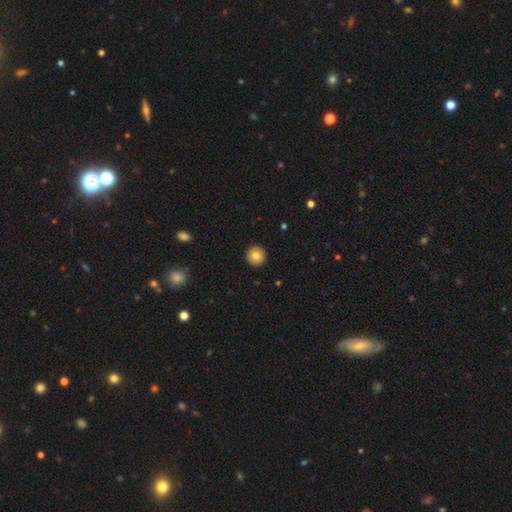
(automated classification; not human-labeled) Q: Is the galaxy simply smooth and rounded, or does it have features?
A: smooth — 81%.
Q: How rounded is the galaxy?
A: round — 95%.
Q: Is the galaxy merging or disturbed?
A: none — 93%.